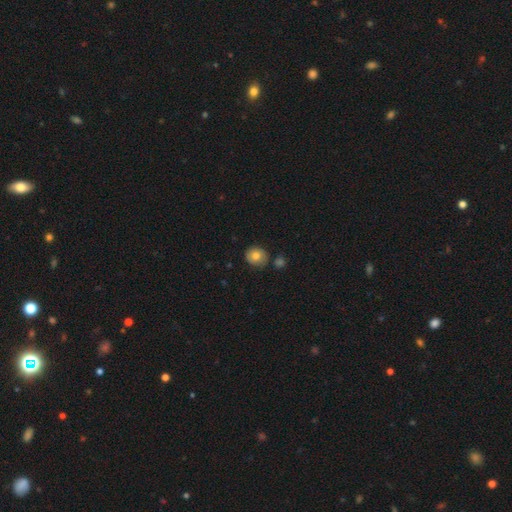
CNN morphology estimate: This appears to be a smooth galaxy with no disk features (79%) that is round (81%). Merging: none (81%).